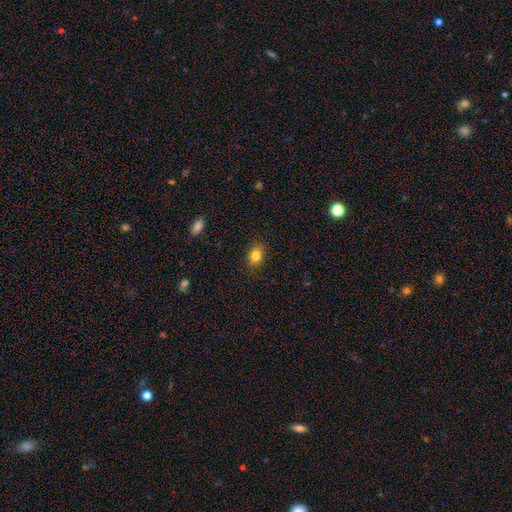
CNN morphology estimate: Smooth or featured?
  - smooth: 82% *
  - star or artifact: 11%
  - featured or disk: 8%
How rounded?
  - in between: 64% *
  - round: 35%
  - cigar-shaped: 2%
Merging?
  - none: 86% *
  - minor disturbance: 11%
  - major disturbance: 2%
  - merger: 1%